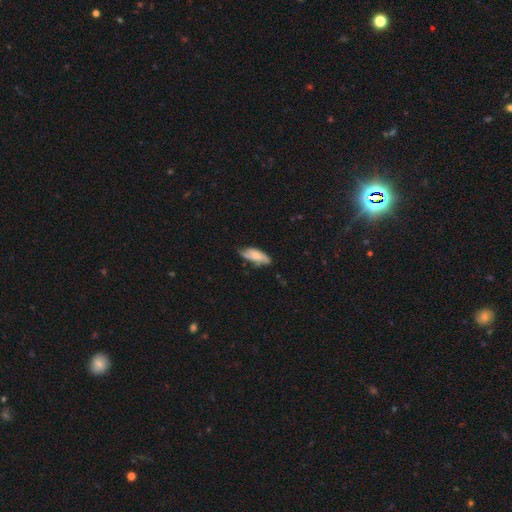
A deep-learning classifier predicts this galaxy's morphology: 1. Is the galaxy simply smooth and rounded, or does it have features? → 62% smooth, 31% featured or disk, 7% star or artifact.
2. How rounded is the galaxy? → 73% in between, 25% cigar-shaped, 2% round.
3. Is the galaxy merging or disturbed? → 56% none, 33% minor disturbance, 8% major disturbance, 3% merger.